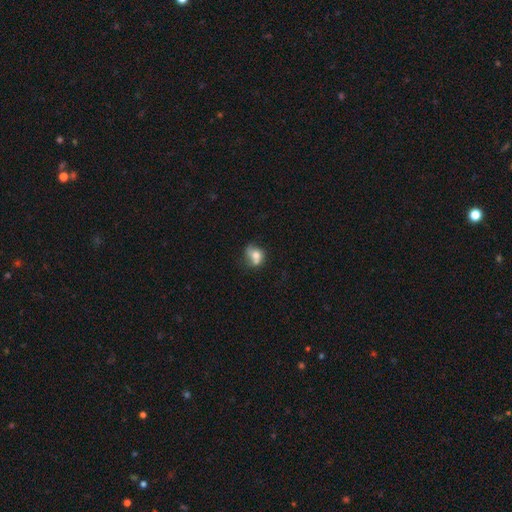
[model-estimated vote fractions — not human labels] A smooth galaxy with no disk features (64%) that is round (53%). Merging: none (37%).